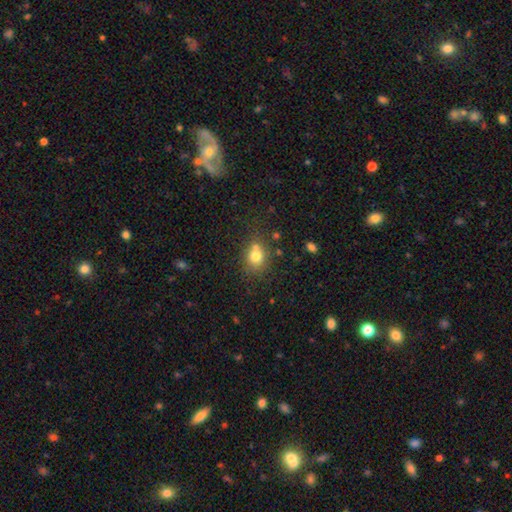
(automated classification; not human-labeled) This is likely a smooth galaxy (75%). How rounded: likely round (68%). Merging: possibly none (57%).